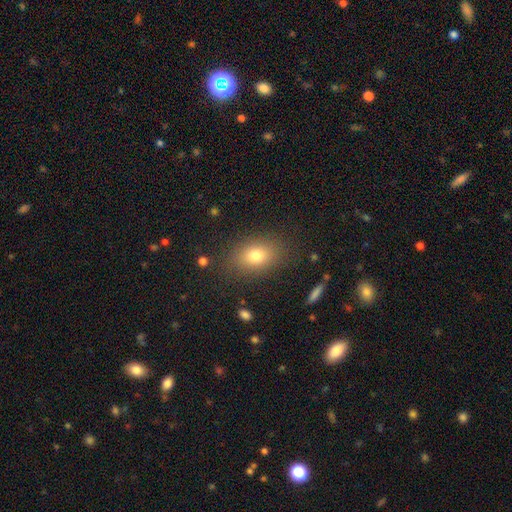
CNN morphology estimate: Overall: smooth (77%). How rounded: in between (77%). Merging: none (84%).